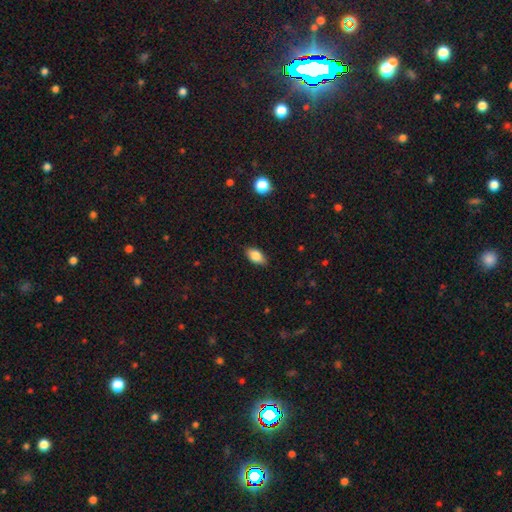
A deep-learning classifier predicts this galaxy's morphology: A smooth galaxy with no disk features (79%) that is in between round and cigar-shaped (88%).

Vote fractions:
- Smooth or featured? smooth: 79% / featured or disk: 13% / star or artifact: 8%
- How rounded? in between: 88% / round: 6% / cigar-shaped: 6%
- Merging? none: 85% / minor disturbance: 12% / major disturbance: 2% / merger: 1%